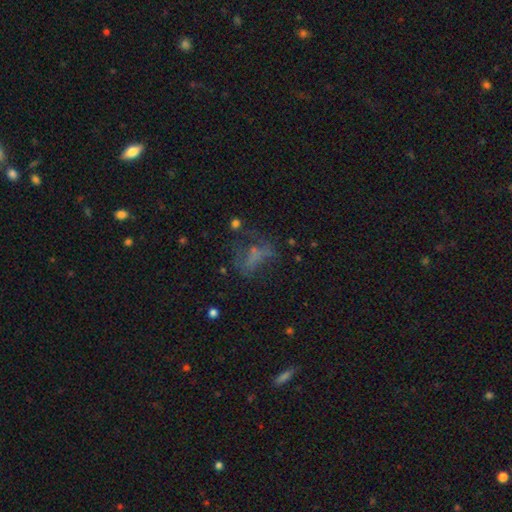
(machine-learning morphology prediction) This is marginally a smooth galaxy (34%). Merging: possibly none (48%).